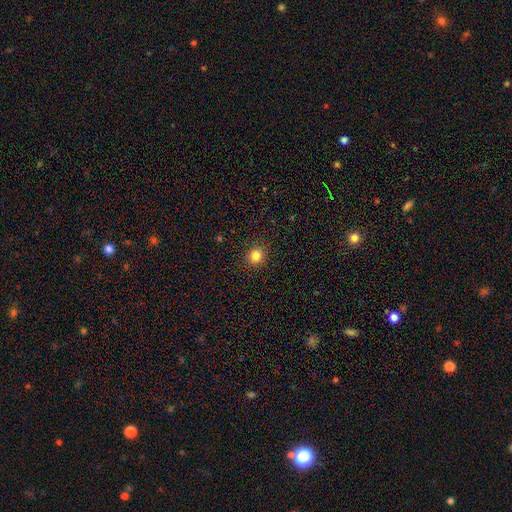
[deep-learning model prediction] smooth 82%, star or artifact 13%, featured or disk 5%. Down the decision tree: how rounded — round (90%); merging — none (91%).